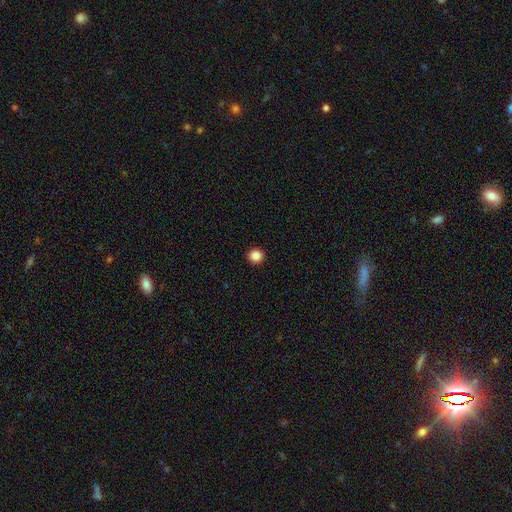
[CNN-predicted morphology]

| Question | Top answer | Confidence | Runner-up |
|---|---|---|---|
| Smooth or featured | smooth | 86% | star or artifact (11%) |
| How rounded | round | 95% | in between (4%) |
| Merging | none | 94% | minor disturbance (4%) |